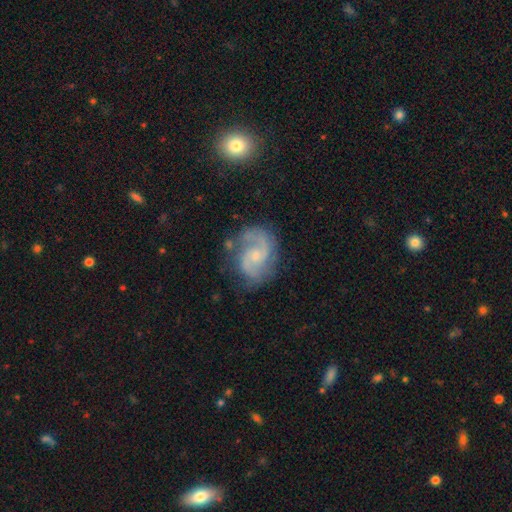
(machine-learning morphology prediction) This appears to be a featured or disk galaxy (88%) with no bar (56%), 2 (90%) medium (58%) spiral arms (97%) and a small central bulge (63%). Merging: none (72%).